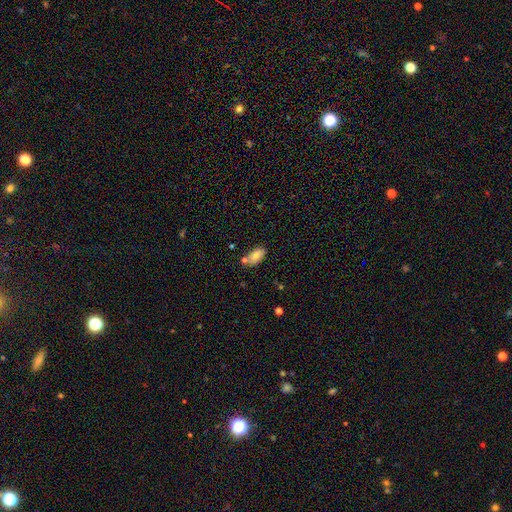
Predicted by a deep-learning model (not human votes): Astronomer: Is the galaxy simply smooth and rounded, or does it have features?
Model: smooth — 79%.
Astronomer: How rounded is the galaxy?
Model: in between — 92%.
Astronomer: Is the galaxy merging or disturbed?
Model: none — 65%.